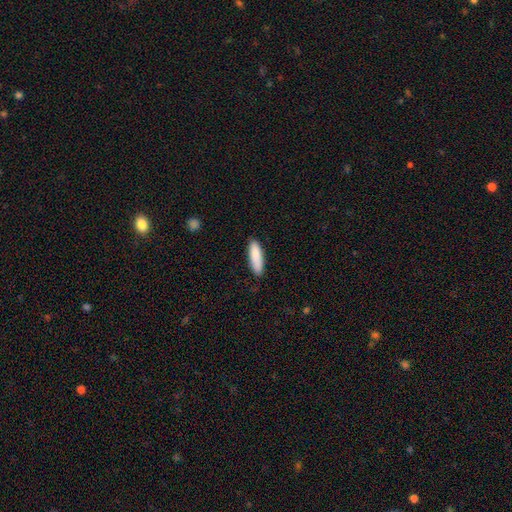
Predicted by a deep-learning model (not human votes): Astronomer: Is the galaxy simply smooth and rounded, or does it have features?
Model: smooth — 87%.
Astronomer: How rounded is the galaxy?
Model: cigar-shaped — 59% (runner-up: in between, 39%).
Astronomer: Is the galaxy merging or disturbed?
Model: none — 86%.